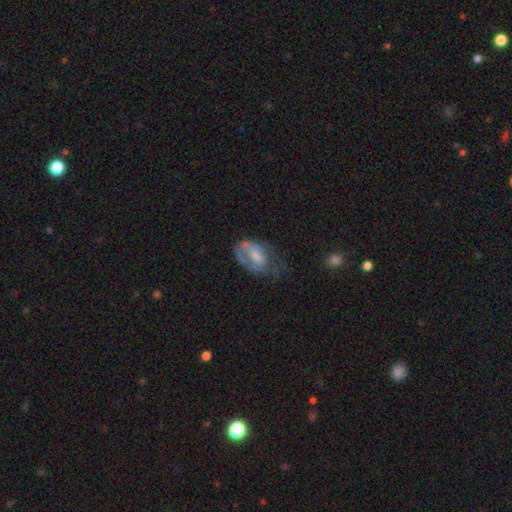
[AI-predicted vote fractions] A smooth galaxy with no disk features (48%). Merging: major disturbance (37%).